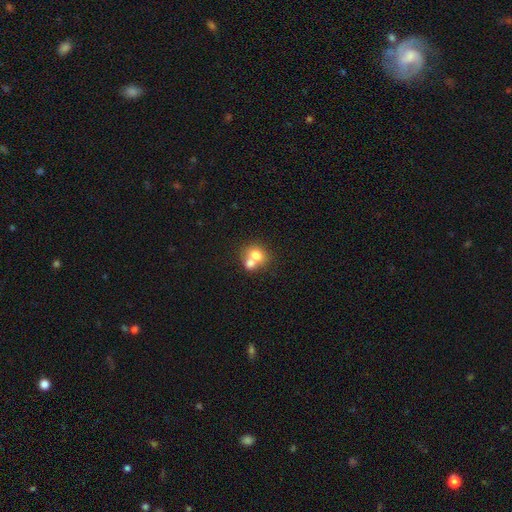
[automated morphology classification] The model was most divided on "merging": merger: 60%, none: 30%, minor disturbance: 7%, major disturbance: 3%. More confident: smooth or featured — smooth (71%); how rounded — round (66%).